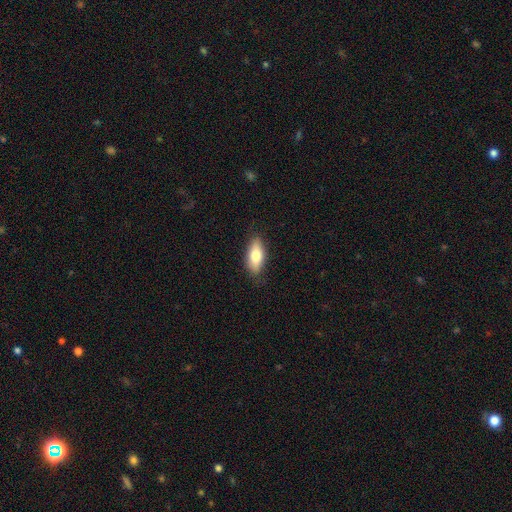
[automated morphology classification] smooth 76%, featured or disk 18%, star or artifact 6%. Down the decision tree: how rounded — in between (82%); merging — none (84%).